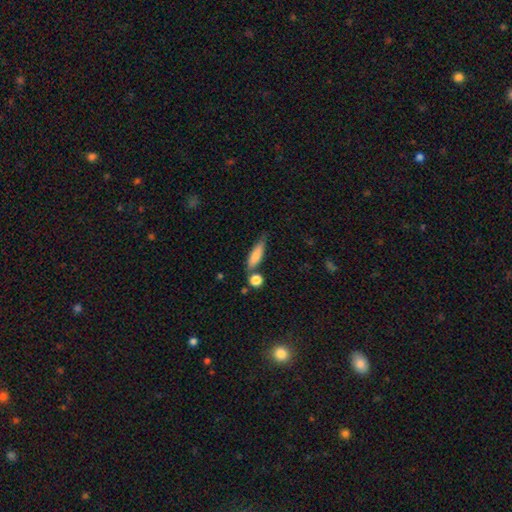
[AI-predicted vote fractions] This is likely a smooth galaxy (77%). How rounded: possibly cigar-shaped (57%). Merging: likely none (62%).